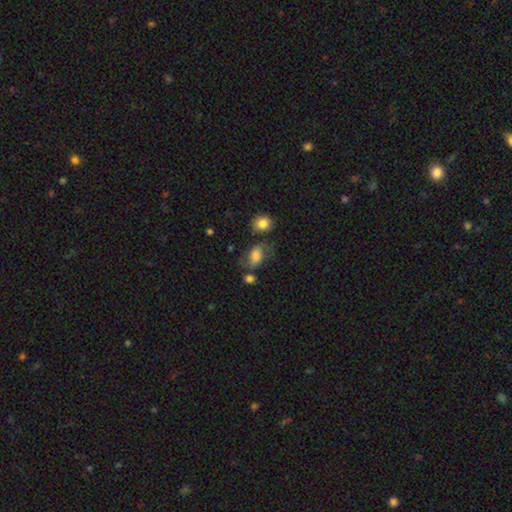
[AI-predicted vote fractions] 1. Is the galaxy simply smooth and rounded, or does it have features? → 62% smooth, 28% featured or disk, 10% star or artifact.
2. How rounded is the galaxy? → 78% in between, 20% round, 2% cigar-shaped.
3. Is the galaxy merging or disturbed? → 52% none, 24% minor disturbance, 14% major disturbance, 10% merger.